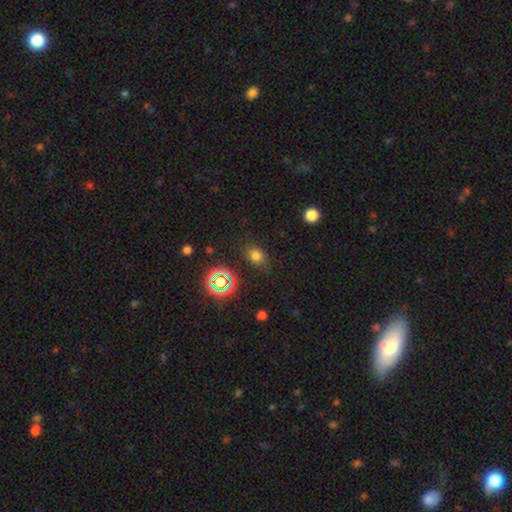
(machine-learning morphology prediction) This appears to be a smooth galaxy with no disk features (71%) that is in between round and cigar-shaped (60%). Merging: none (82%).